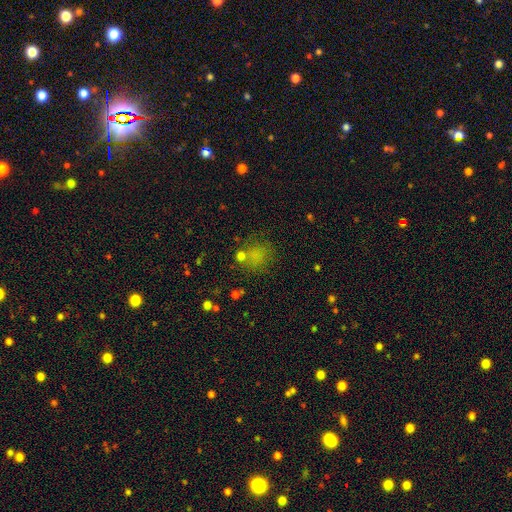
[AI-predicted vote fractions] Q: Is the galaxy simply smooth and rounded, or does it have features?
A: smooth — 69%.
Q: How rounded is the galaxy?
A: round — 78%.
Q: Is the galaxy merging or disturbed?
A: none — 66%.